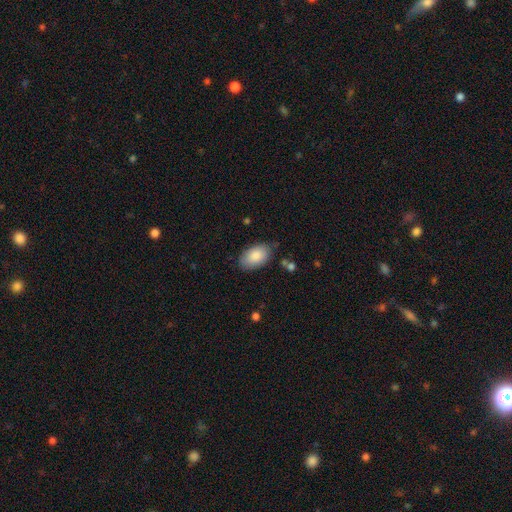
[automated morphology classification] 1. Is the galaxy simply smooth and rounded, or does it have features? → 86% smooth, 8% featured or disk, 6% star or artifact.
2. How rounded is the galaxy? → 93% in between, 5% round, 1% cigar-shaped.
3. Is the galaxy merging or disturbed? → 80% none, 15% minor disturbance, 3% major disturbance, 2% merger.